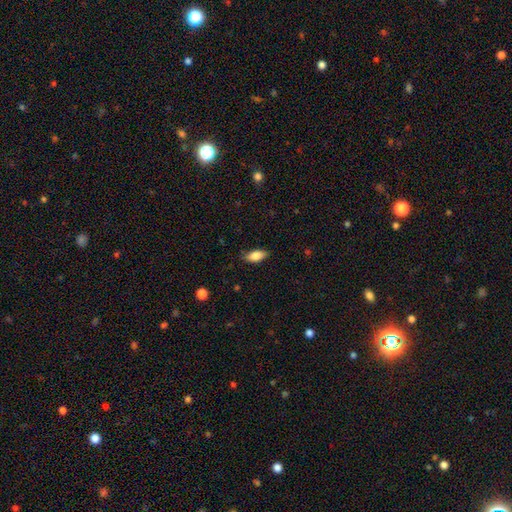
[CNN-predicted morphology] Smooth or featured? Predicted: smooth (p=0.83). How rounded? Predicted: in between (p=0.87). Merging? Predicted: none (p=0.81).